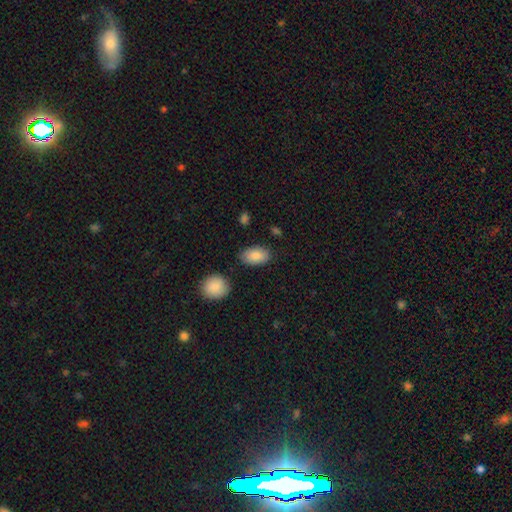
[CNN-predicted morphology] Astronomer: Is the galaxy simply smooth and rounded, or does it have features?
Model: smooth — 85%.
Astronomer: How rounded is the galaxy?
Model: in between — 92%.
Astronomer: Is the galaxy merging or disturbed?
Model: none — 82%.